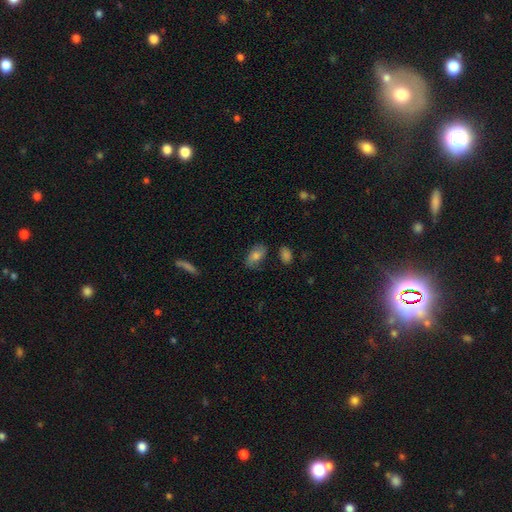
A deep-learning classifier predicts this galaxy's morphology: Smooth or featured? Predicted: smooth (p=0.71). How rounded? Predicted: in between (p=0.91). Merging? Predicted: none (p=0.70).